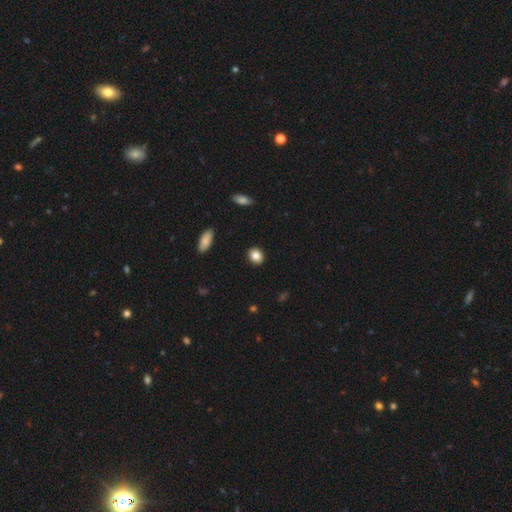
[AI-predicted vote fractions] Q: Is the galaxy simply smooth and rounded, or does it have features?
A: smooth — 85%.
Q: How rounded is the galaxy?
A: round — 56%.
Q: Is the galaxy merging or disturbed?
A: none — 90%.